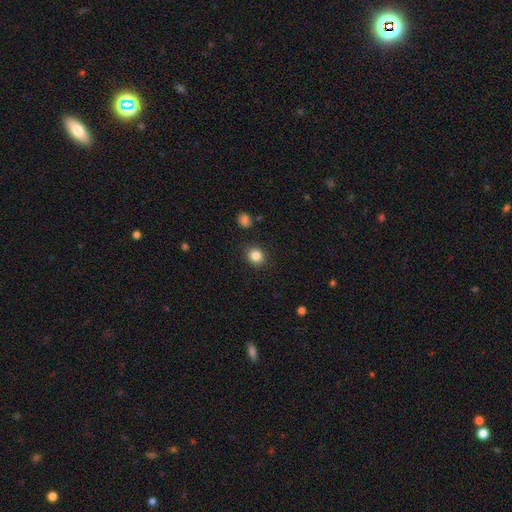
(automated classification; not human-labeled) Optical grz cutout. It shows a smooth galaxy with no disk features (84%) that is round (76%). Merging: none (88%).